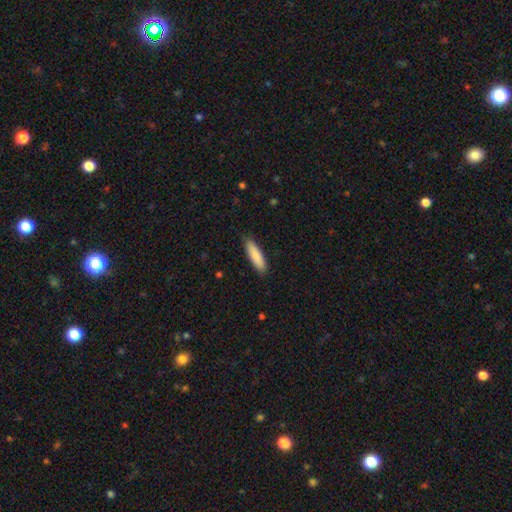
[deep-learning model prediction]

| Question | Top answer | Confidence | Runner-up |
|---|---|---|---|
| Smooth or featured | smooth | 86% | featured or disk (8%) |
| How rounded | cigar-shaped | 68% | in between (31%) |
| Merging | none | 87% | minor disturbance (10%) |